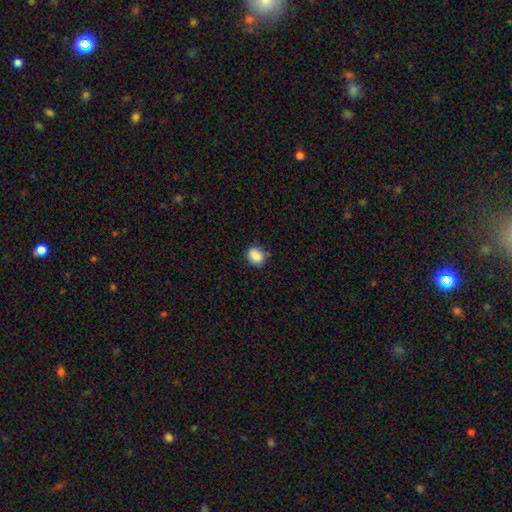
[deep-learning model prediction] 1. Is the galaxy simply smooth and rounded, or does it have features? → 87% smooth, 8% star or artifact, 5% featured or disk.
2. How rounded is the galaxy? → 59% in between, 40% round, 1% cigar-shaped.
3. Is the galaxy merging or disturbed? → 73% none, 21% minor disturbance, 4% major disturbance, 3% merger.